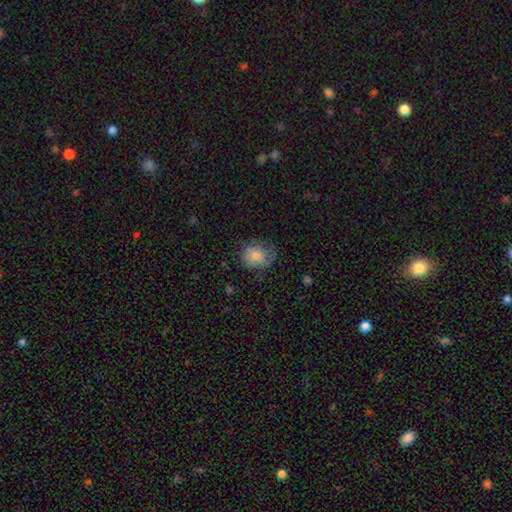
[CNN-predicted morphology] This is likely a smooth galaxy (77%). How rounded: likely round (67%). Merging: possibly none (56%).